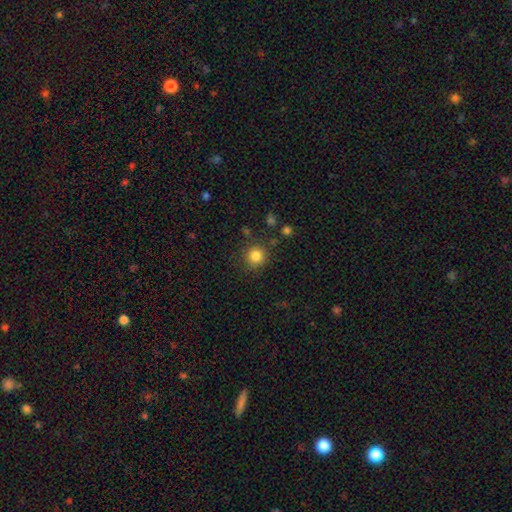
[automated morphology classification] This is clearly a smooth galaxy (83%). How rounded: clearly round (93%). Merging: clearly none (85%).